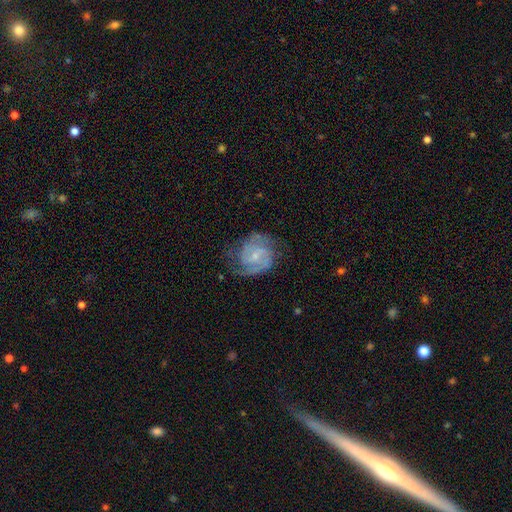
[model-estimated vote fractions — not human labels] Overall: featured or disk (84%). Edge-on disk: no (98%). Bar: weak (47%; no 44%). Spiral arms: yes (96%). Spiral arm count: 2 (72%). Spiral winding: medium (44%; tight 43%). Bulge size: small (67%). Merging: none (68%).